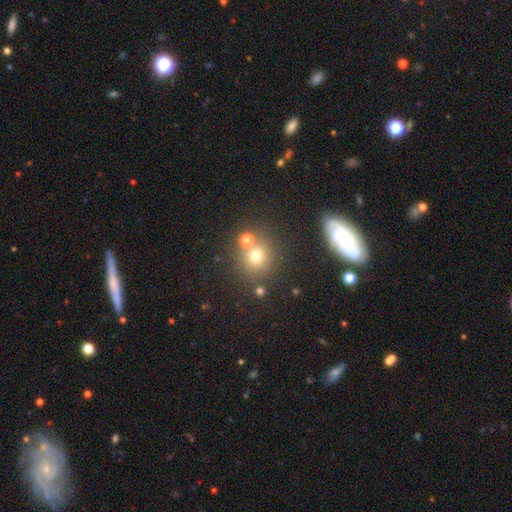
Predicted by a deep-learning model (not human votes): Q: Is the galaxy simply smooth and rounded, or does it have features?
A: smooth — 69%.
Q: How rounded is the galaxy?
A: round — 91%.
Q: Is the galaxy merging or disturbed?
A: none — 70%.